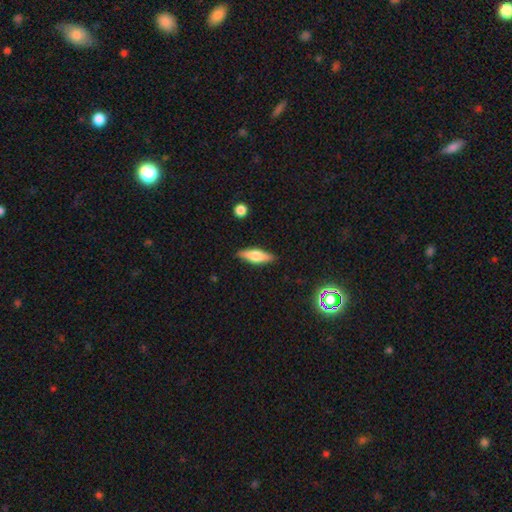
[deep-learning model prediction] A smooth galaxy with no disk features (53%) that is cigar-shaped (52%). Merging: none (88%).